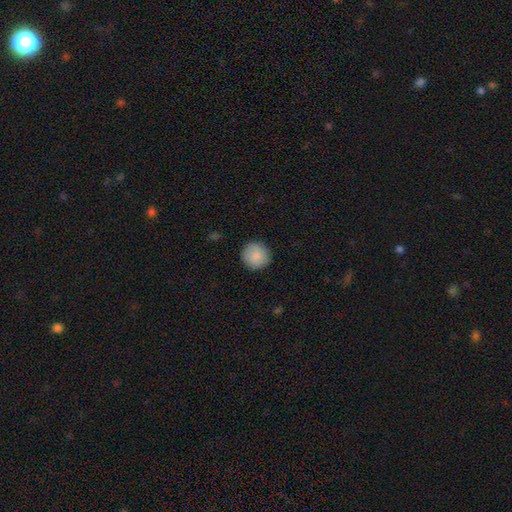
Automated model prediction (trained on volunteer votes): Smooth or featured? Predicted: smooth (p=0.88). How rounded? Predicted: round (p=0.95). Merging? Predicted: none (p=0.91).